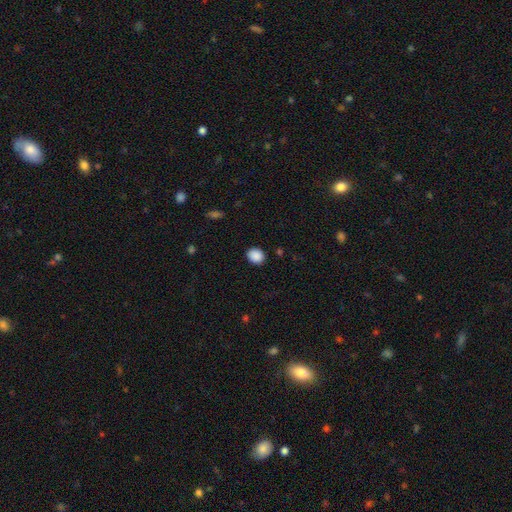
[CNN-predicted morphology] smooth-or-featured: smooth: 89% | star or artifact: 8% | featured or disk: 3%
  how-rounded: round: 66% | in between: 33% | cigar-shaped: 1%
  merging: none: 89% | minor disturbance: 7% | major disturbance: 2% | merger: 1%